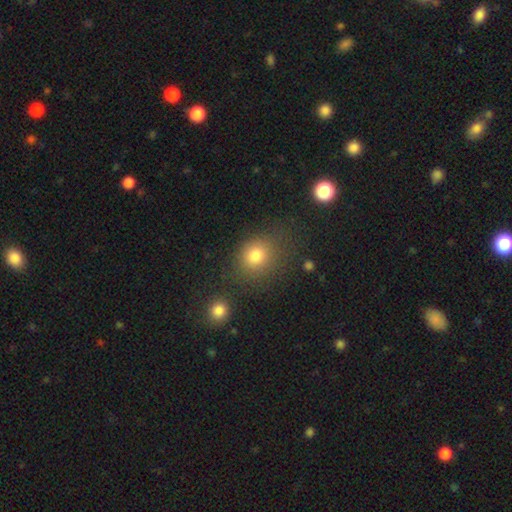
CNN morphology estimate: Smooth or featured: smooth — 79% (star or artifact — 14%)
How rounded: round — 69% (in between — 30%)
Merging: none — 75% (minor disturbance — 13%)